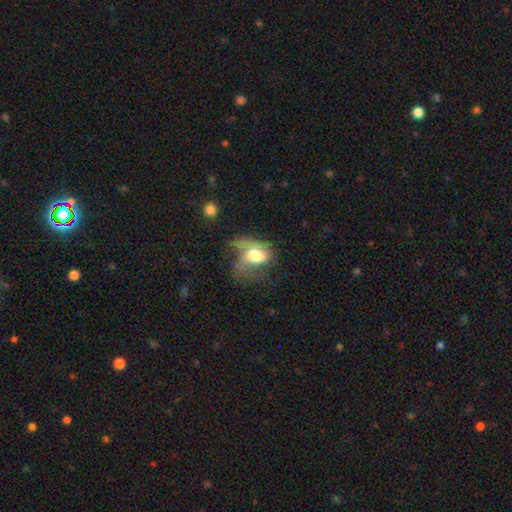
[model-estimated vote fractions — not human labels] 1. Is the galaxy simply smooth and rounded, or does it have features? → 57% smooth, 34% featured or disk, 9% star or artifact.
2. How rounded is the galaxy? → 81% in between, 16% round, 2% cigar-shaped.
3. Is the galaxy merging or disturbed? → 55% major disturbance, 21% minor disturbance, 17% none, 7% merger.